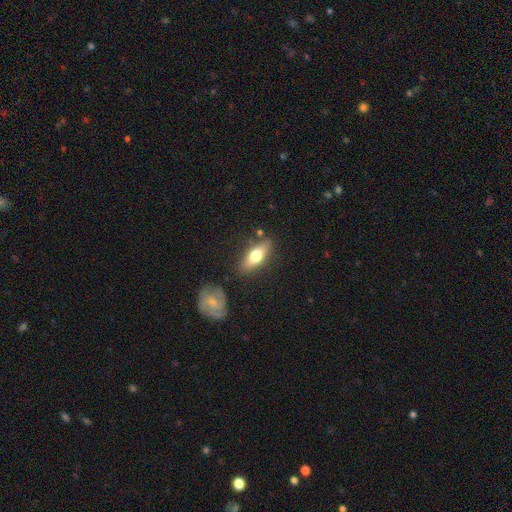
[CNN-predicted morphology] Smooth or featured? smooth (60%)
How rounded? in between (66%)
Merging? none (78%)